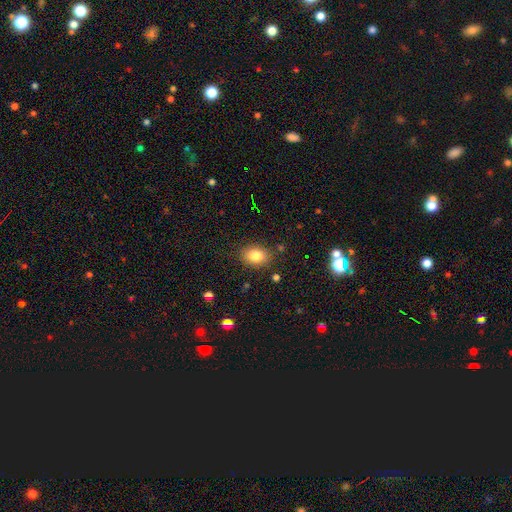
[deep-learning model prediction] Overall: smooth (82%). How rounded: in between (73%). Merging: none (85%).